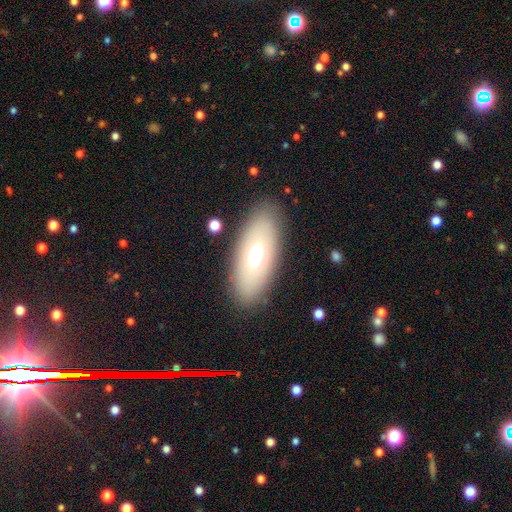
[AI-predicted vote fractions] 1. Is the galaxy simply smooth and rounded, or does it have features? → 59% smooth, 31% featured or disk, 11% star or artifact.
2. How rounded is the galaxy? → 86% in between, 7% cigar-shaped, 7% round.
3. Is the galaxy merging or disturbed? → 85% none, 8% minor disturbance, 5% major disturbance, 2% merger.